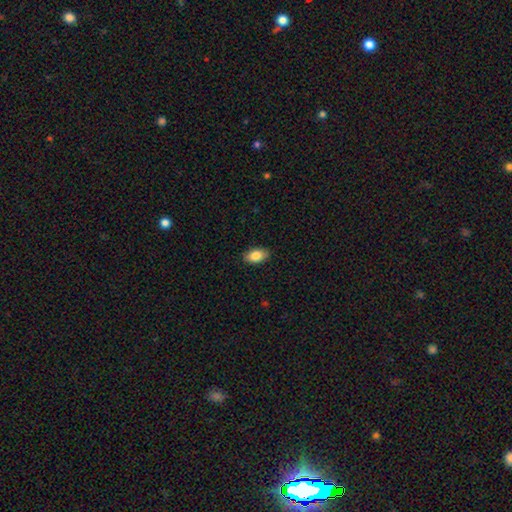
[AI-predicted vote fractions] smooth-or-featured: smooth: 85% | featured or disk: 8% | star or artifact: 7%
  how-rounded: in between: 92% | round: 6% | cigar-shaped: 2%
  merging: none: 88% | minor disturbance: 9% | major disturbance: 2% | merger: 1%